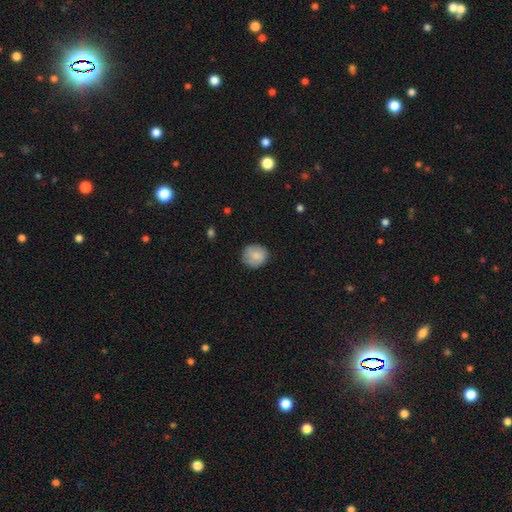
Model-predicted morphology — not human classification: Smooth or featured? smooth (79%)
How rounded? round (88%)
Merging? none (80%)